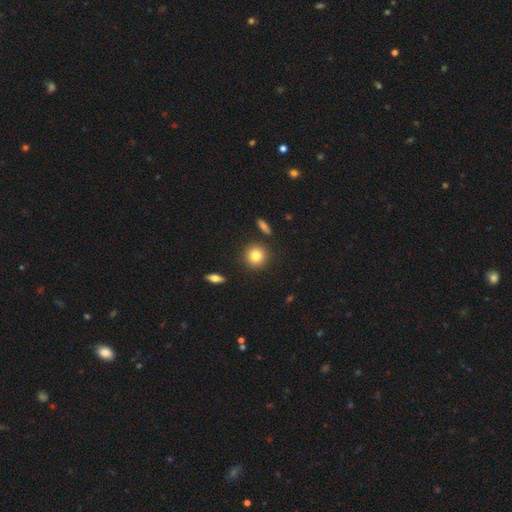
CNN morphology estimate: Smooth or featured?
  - smooth: 81% *
  - featured or disk: 10%
  - star or artifact: 9%
How rounded?
  - round: 90% *
  - in between: 8%
  - cigar-shaped: 1%
Merging?
  - none: 87% *
  - minor disturbance: 7%
  - merger: 4%
  - major disturbance: 2%